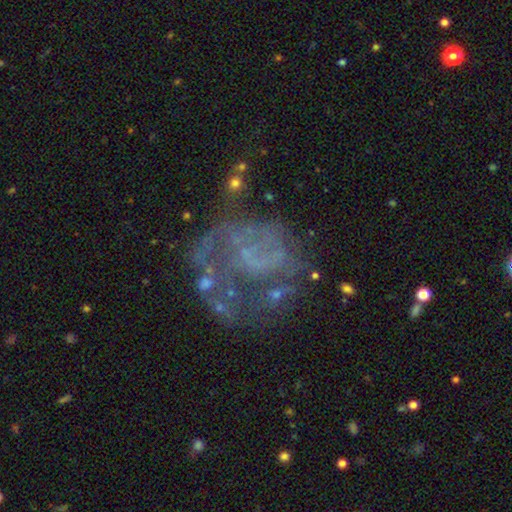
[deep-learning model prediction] A featured or disk galaxy (67%) with no bar (82%), no spiral arms (58%) and no central bulge (76%). Merging: none (39%).